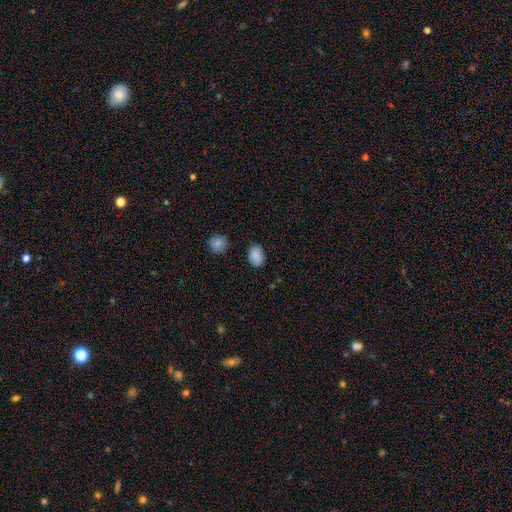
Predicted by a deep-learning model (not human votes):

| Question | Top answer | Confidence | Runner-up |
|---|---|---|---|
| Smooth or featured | smooth | 87% | star or artifact (8%) |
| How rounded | in between | 79% | round (20%) |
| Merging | none | 82% | minor disturbance (13%) |